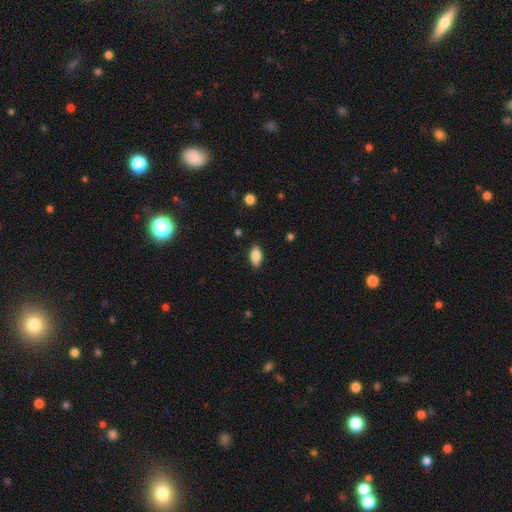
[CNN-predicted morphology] The model was most divided on "smooth or featured": smooth: 84%, featured or disk: 9%, star or artifact: 7%. More confident: how rounded — in between (90%); merging — none (87%).